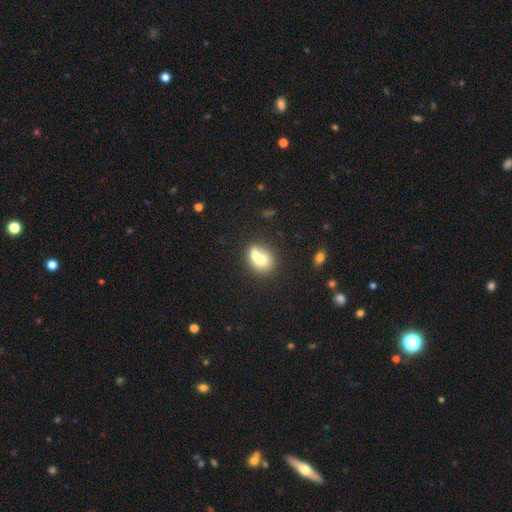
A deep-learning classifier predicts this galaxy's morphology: smooth_or_featured: smooth (p=0.67) [alt: featured or disk p=0.24]
how_rounded: round (p=0.59) [alt: in between p=0.40]
merging: merger (p=0.64) [alt: none p=0.25]